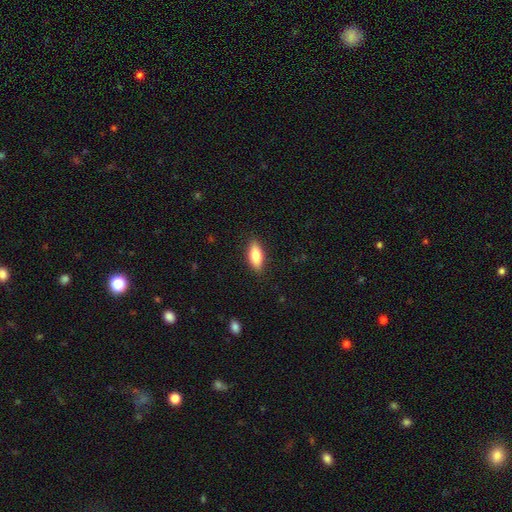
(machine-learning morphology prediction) This appears to be a smooth galaxy with no disk features (76%) that is in between round and cigar-shaped (74%). Merging: none (87%).